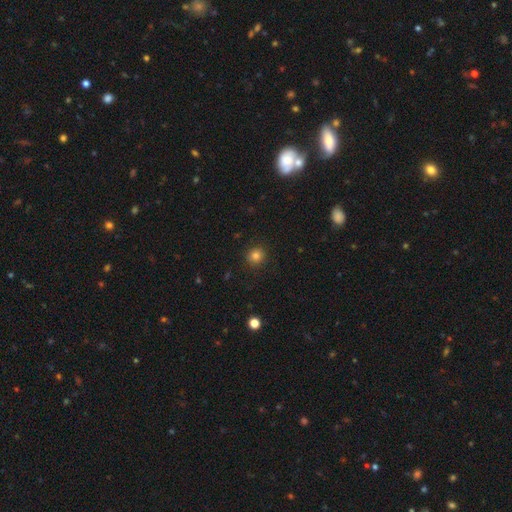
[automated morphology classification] type=smooth (81%); roundness=round (92%); merging=none (91%).